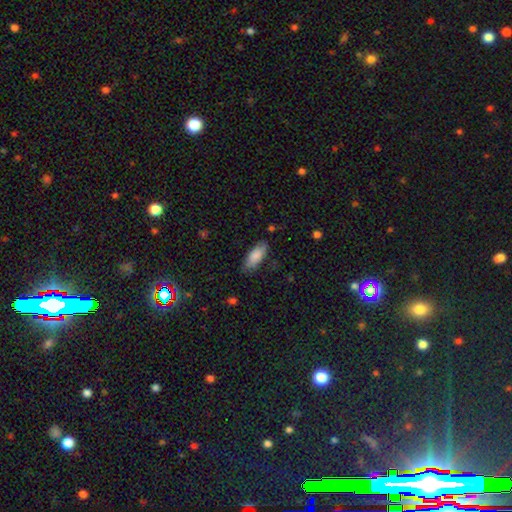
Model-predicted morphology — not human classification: smooth-or-featured: smooth: 85% | featured or disk: 10% | star or artifact: 6%
  how-rounded: in between: 76% | cigar-shaped: 22% | round: 2%
  merging: none: 78% | minor disturbance: 17% | major disturbance: 3% | merger: 1%